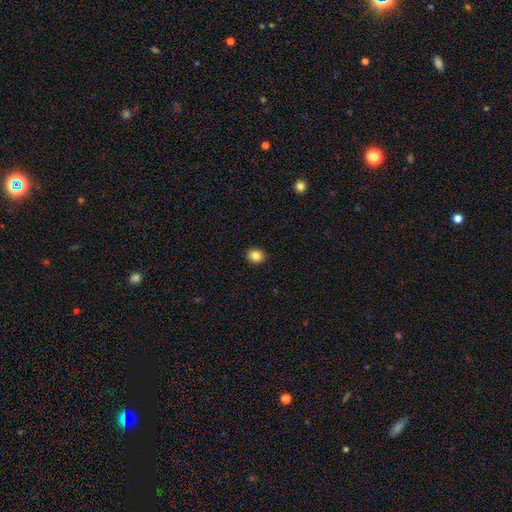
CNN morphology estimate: Smooth or featured? smooth (84%)
How rounded? round (68%)
Merging? none (91%)